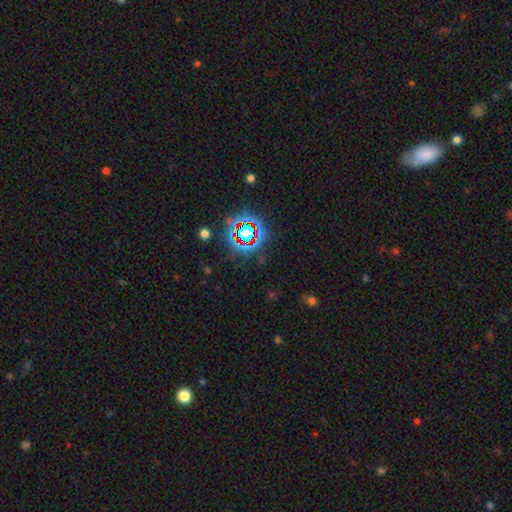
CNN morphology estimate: Q: Smooth or featured?
A: star or artifact (65%); runner-up: smooth (20%)